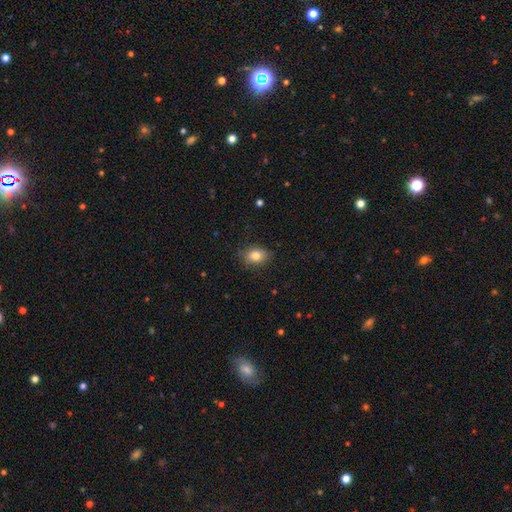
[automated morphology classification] smooth 81%, star or artifact 10%, featured or disk 9%. Down the decision tree: how rounded — in between (61%); merging — none (82%).